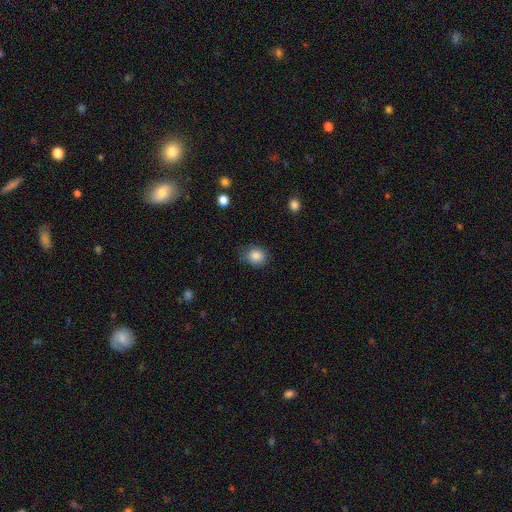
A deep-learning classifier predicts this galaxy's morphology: smooth 86%, star or artifact 9%, featured or disk 5%. Down the decision tree: how rounded — round (70%); merging — none (75%).